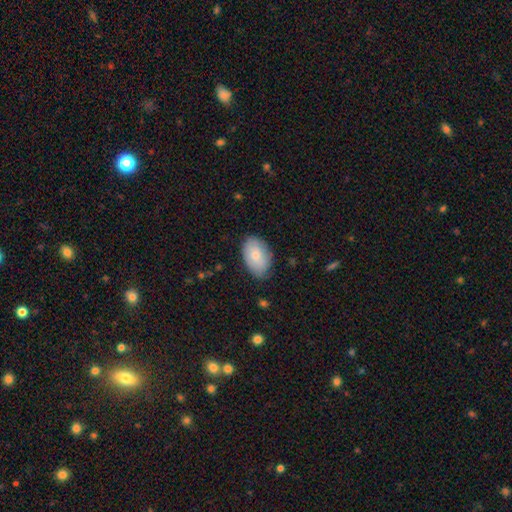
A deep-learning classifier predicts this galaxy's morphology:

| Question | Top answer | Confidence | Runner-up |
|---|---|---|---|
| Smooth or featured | smooth | 77% | featured or disk (17%) |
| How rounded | in between | 93% | round (6%) |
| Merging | none | 76% | minor disturbance (19%) |